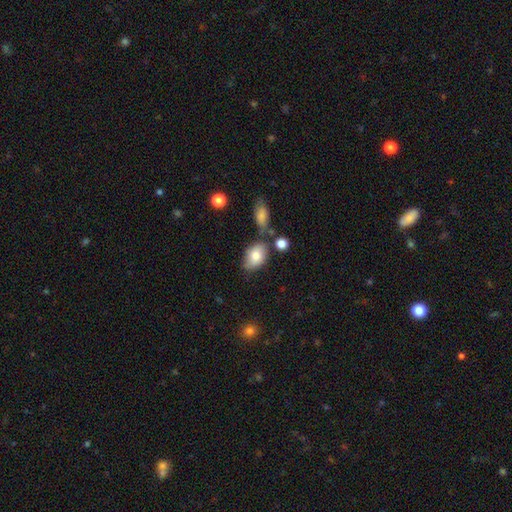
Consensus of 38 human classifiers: A smooth galaxy with no disk features (71%) that is in between round and cigar-shaped (93%). Merging: none (43%, tied with minor disturbance).